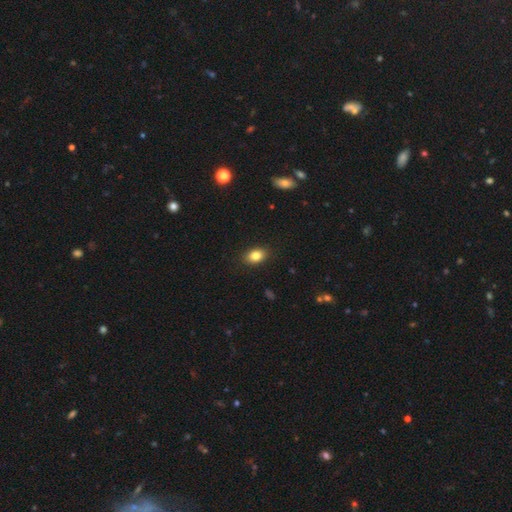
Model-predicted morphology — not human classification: smooth_or_featured: smooth (p=0.83) [alt: star or artifact p=0.09]
how_rounded: in between (p=0.78) [alt: round p=0.20]
merging: none (p=0.88) [alt: minor disturbance p=0.08]